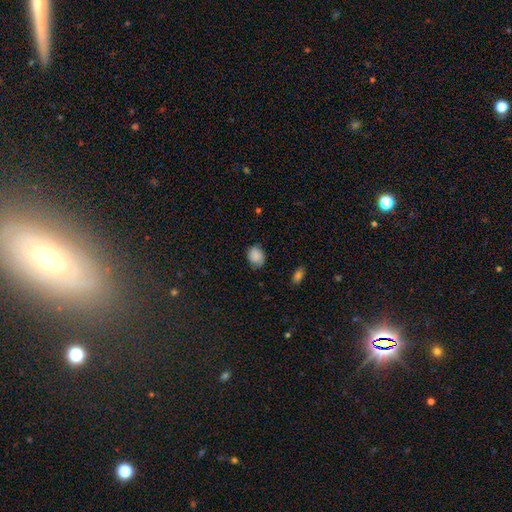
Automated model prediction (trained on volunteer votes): Smooth or featured?
  - smooth: 84% *
  - star or artifact: 8%
  - featured or disk: 7%
How rounded?
  - in between: 57% *
  - round: 42%
  - cigar-shaped: 1%
Merging?
  - none: 67% *
  - minor disturbance: 26%
  - major disturbance: 5%
  - merger: 1%